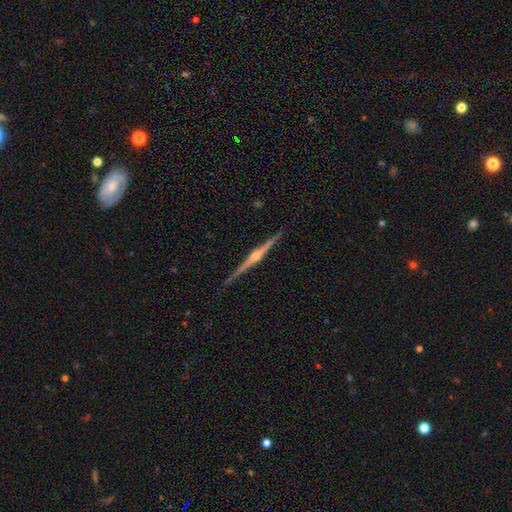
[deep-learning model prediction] Smooth or featured: featured or disk — 88% (smooth — 7%)
Edge-on disk: yes — 99% (no — 1%)
Edge-on bulge: rounded — 92% (boxy — 5%)
Merging: none — 90% (minor disturbance — 7%)